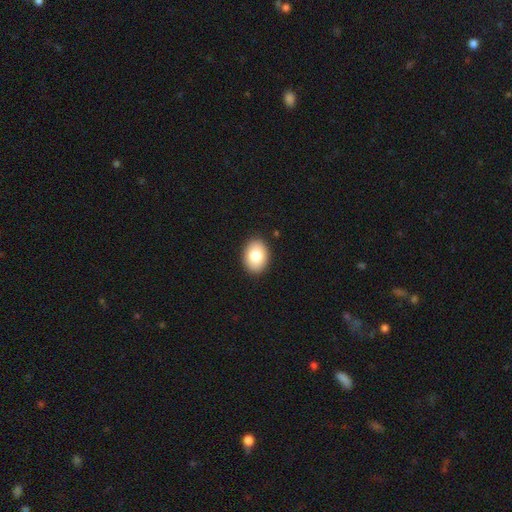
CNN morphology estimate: Smooth or featured?
  - smooth: 82% *
  - featured or disk: 10%
  - star or artifact: 7%
How rounded?
  - in between: 76% *
  - round: 23%
  - cigar-shaped: 1%
Merging?
  - none: 90% *
  - minor disturbance: 7%
  - major disturbance: 2%
  - merger: 1%